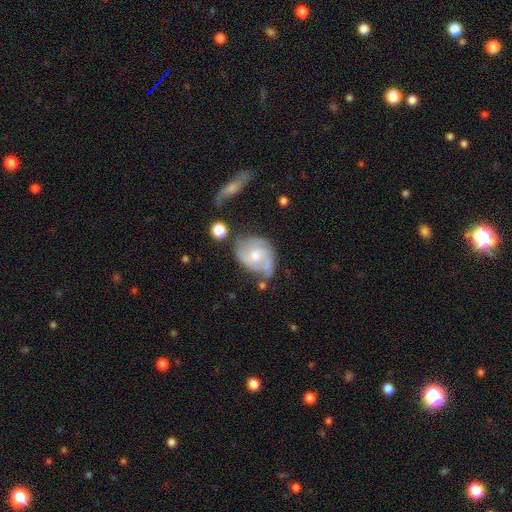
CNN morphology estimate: Smooth or featured? featured or disk (73%)
Edge-on disk? no (97%)
Bar? no (62%)
Spiral arms? yes (90%)
Spiral winding? medium (45%)
Spiral arm count? 2 (50%)
Bulge size? moderate (60%)
Merging? none (48%)